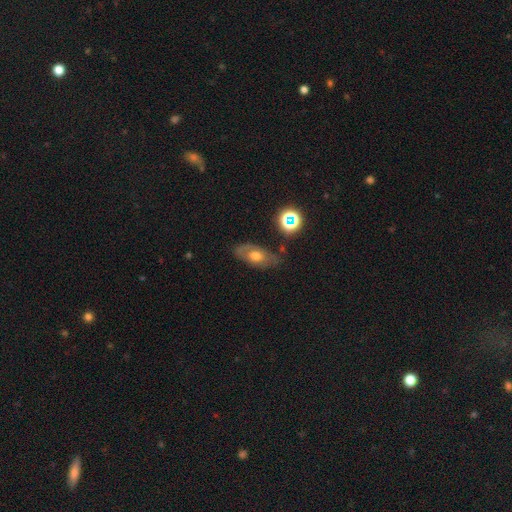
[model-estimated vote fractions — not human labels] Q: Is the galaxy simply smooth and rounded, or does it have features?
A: smooth — 47%.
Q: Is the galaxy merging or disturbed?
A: none — 65%.